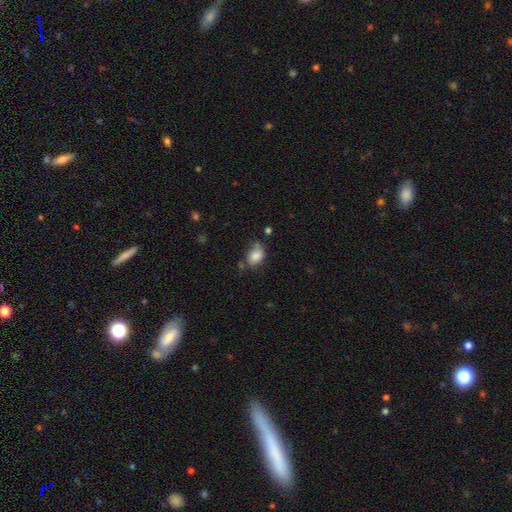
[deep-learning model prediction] A smooth galaxy with no disk features (82%) that is in between round and cigar-shaped (75%). Merging: none (54%).